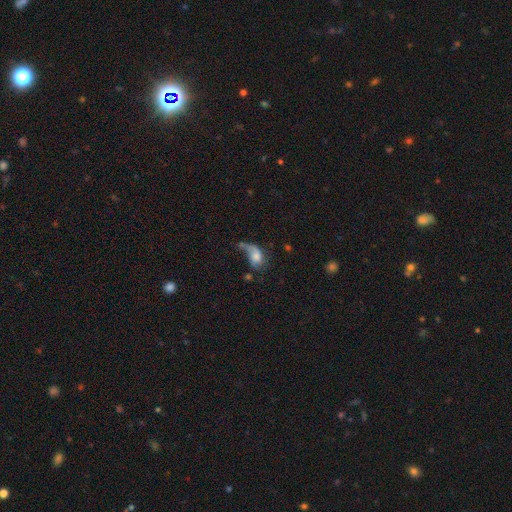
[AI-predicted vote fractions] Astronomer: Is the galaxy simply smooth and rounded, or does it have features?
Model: smooth — 51% (runner-up: featured or disk, 39%).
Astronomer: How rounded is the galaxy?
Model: in between — 78%.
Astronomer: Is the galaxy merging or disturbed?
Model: major disturbance — 45% (runner-up: none, 21%).